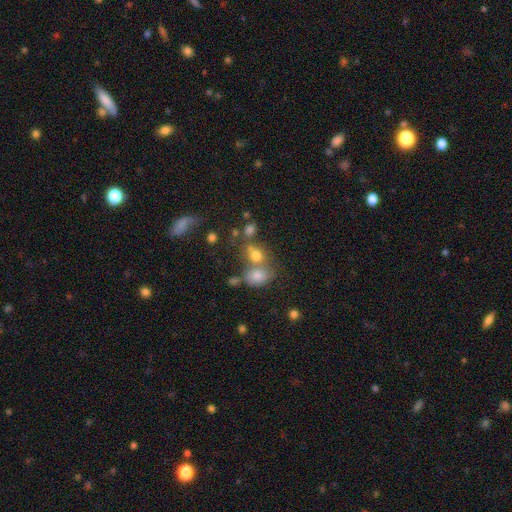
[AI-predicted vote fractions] This appears to be a smooth galaxy with no disk features (72%) that is round (59%). Merging: merger (45%).